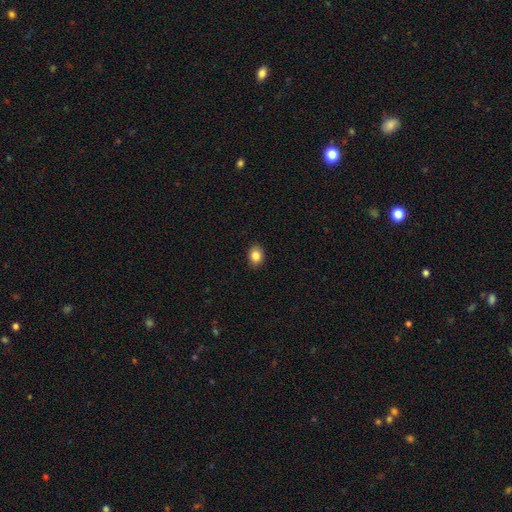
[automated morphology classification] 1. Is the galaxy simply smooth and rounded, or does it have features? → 86% smooth, 9% star or artifact, 5% featured or disk.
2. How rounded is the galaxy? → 60% in between, 39% round, 1% cigar-shaped.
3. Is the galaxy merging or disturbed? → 90% none, 7% minor disturbance, 2% major disturbance, 1% merger.